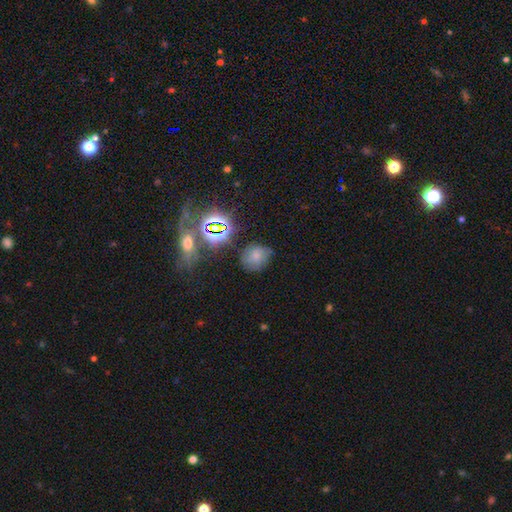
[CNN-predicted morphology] Smooth or featured: smooth — 54% (star or artifact — 23%)
How rounded: round — 64% (in between — 35%)
Merging: none — 67% (minor disturbance — 21%)